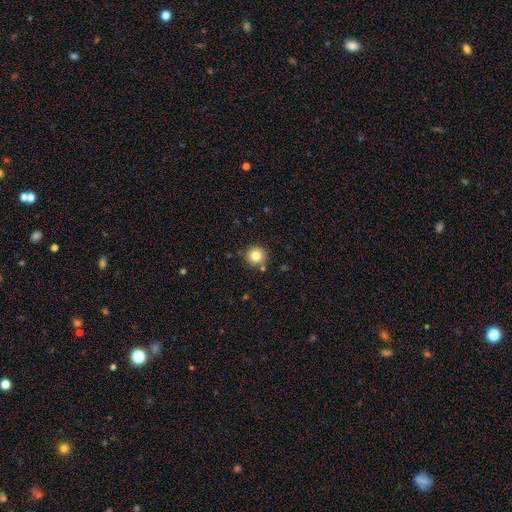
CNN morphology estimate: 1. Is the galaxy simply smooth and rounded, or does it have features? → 82% smooth, 11% star or artifact, 7% featured or disk.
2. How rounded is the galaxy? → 96% round, 3% in between, 1% cigar-shaped.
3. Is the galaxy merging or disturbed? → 87% none, 7% minor disturbance, 4% merger, 2% major disturbance.